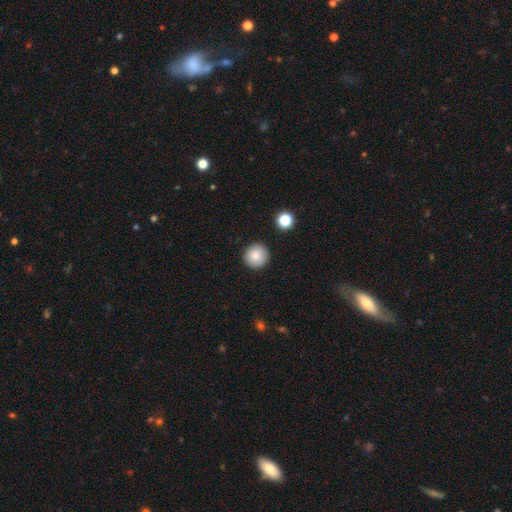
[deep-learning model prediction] Overall: smooth (85%). How rounded: round (95%). Merging: none (91%).